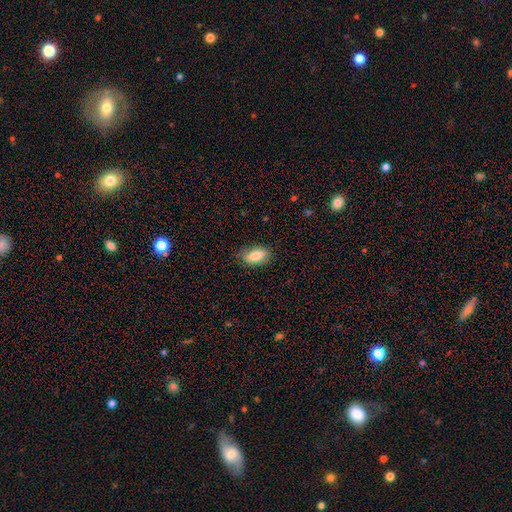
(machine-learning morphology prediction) This appears to be a smooth galaxy with no disk features (81%) that is in between round and cigar-shaped (90%). Merging: none (80%).